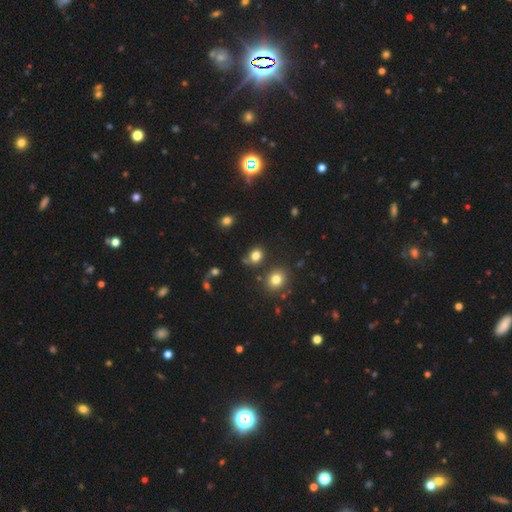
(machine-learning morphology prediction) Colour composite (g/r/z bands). It shows a smooth galaxy with no disk features (80%) that is round (63%). Merging: none (70%).